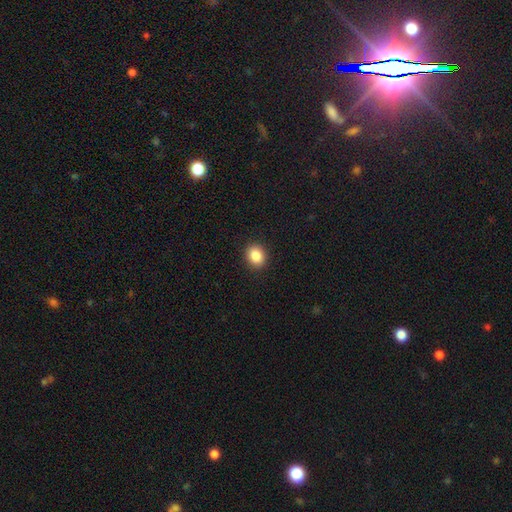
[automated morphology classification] This is clearly a smooth galaxy (86%). How rounded: likely round (62%). Merging: clearly none (92%).